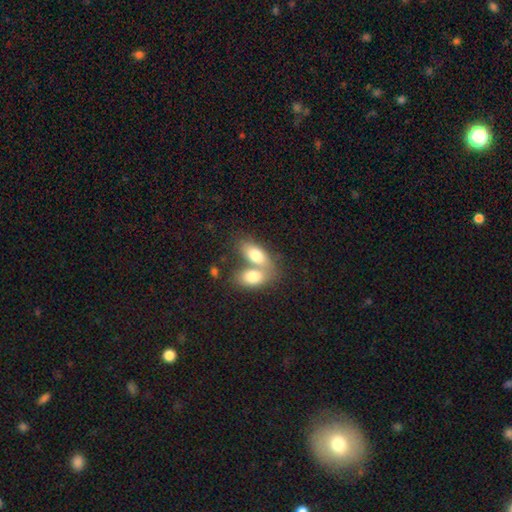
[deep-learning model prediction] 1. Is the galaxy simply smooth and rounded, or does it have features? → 75% smooth, 19% featured or disk, 6% star or artifact.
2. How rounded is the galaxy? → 87% in between, 6% round, 6% cigar-shaped.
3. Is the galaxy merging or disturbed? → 67% merger, 23% none, 7% minor disturbance, 3% major disturbance.